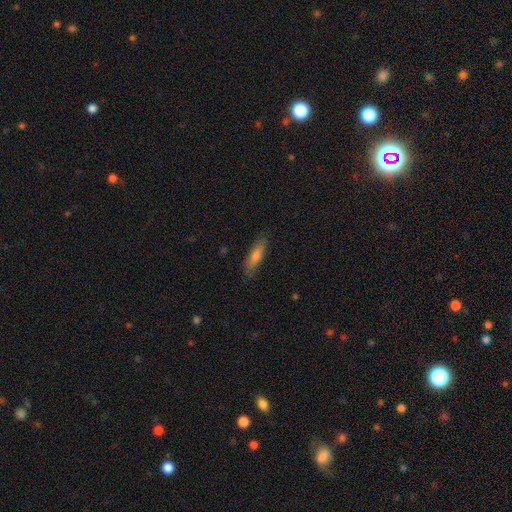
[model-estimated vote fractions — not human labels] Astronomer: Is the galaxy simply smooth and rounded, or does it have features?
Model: smooth — 69%.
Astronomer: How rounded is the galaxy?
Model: cigar-shaped — 66%.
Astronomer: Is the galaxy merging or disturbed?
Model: none — 84%.